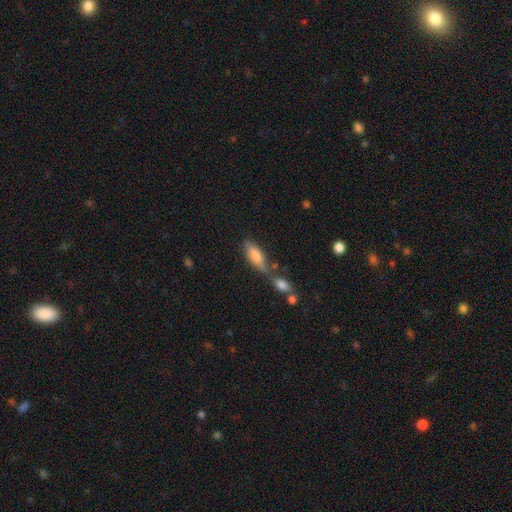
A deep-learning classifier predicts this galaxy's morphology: smooth 73%, featured or disk 19%, star or artifact 8%. Down the decision tree: how rounded — in between (68%); merging — none (39%).